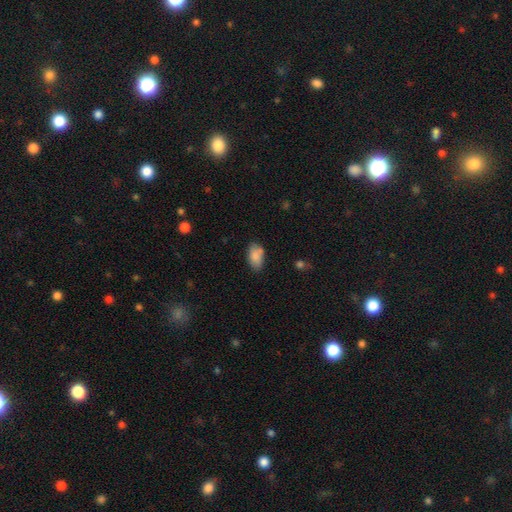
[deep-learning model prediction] Overall: smooth (85%). How rounded: in between (92%). Merging: none (70%).